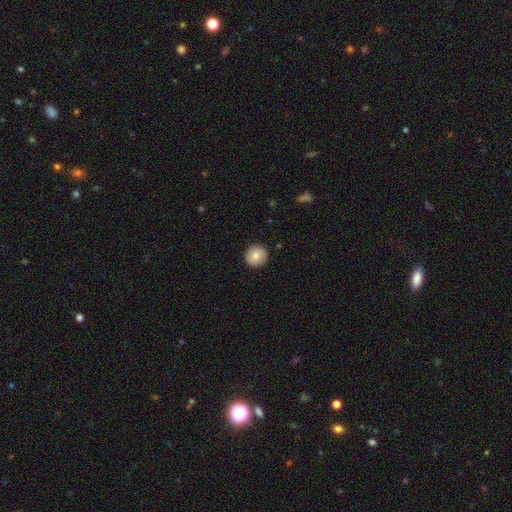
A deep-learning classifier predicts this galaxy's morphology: This appears to be a smooth galaxy with no disk features (83%) that is round (94%). Merging: none (91%).